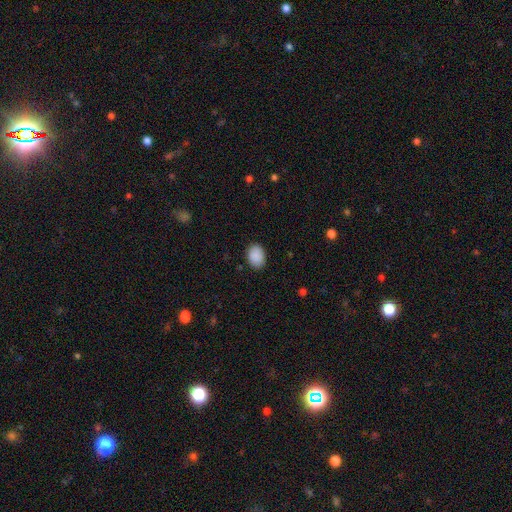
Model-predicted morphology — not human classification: A smooth galaxy with no disk features (90%) that is in between round and cigar-shaped (72%). Merging: none (87%).